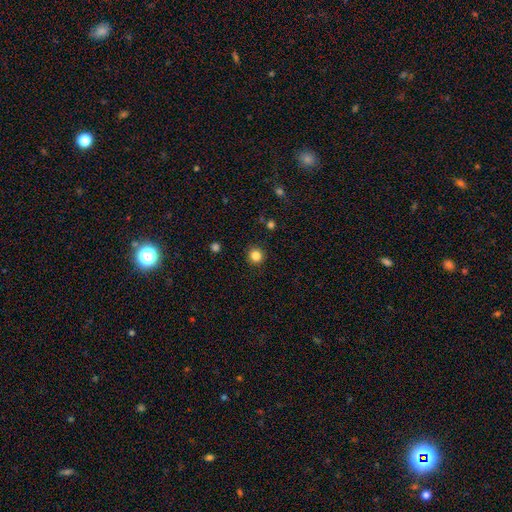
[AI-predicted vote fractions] smooth-or-featured: smooth: 84% | star or artifact: 12% | featured or disk: 4%
  how-rounded: round: 92% | in between: 7% | cigar-shaped: 1%
  merging: none: 91% | minor disturbance: 6% | major disturbance: 2% | merger: 1%